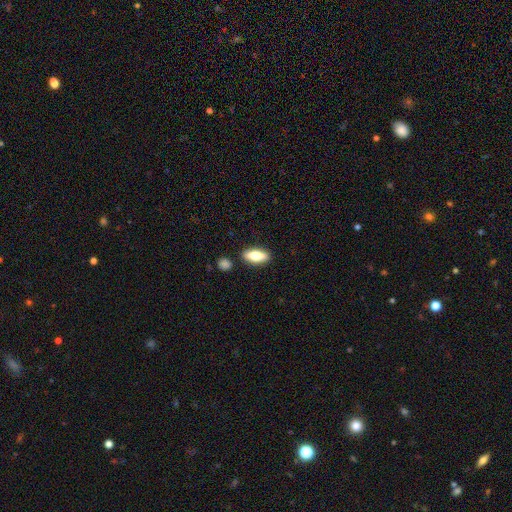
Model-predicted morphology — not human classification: type=smooth (66%); roundness=in between (74%); merging=none (85%).